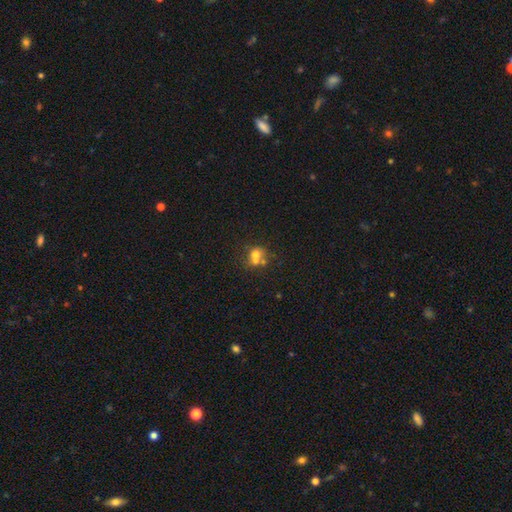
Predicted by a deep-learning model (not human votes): A smooth galaxy with no disk features (64%) that is round (73%).

Vote fractions:
- Smooth or featured? smooth: 64% / featured or disk: 21% / star or artifact: 15%
- How rounded? round: 73% / in between: 26% / cigar-shaped: 1%
- Merging? merger: 49% / none: 37% / minor disturbance: 9% / major disturbance: 5%